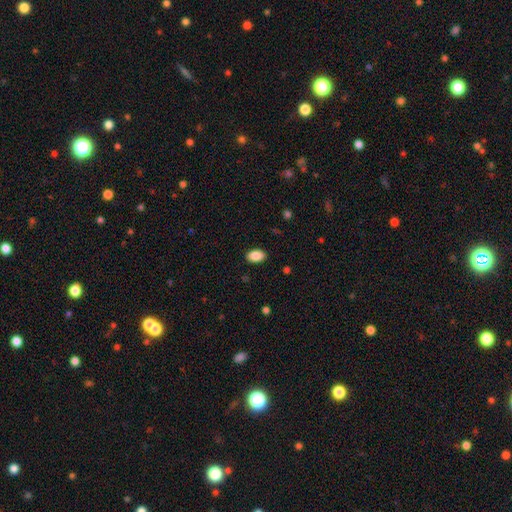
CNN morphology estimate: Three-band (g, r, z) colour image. It shows a smooth galaxy with no disk features (89%) that is in between round and cigar-shaped (92%). Merging: none (89%).